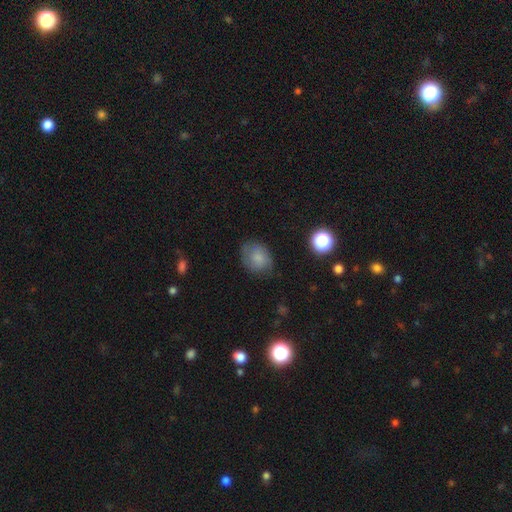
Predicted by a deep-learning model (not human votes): smooth_or_featured: smooth (p=0.73) [alt: featured or disk p=0.16]
how_rounded: round (p=0.50) [alt: in between p=0.49]
merging: none (p=0.68) [alt: minor disturbance p=0.23]